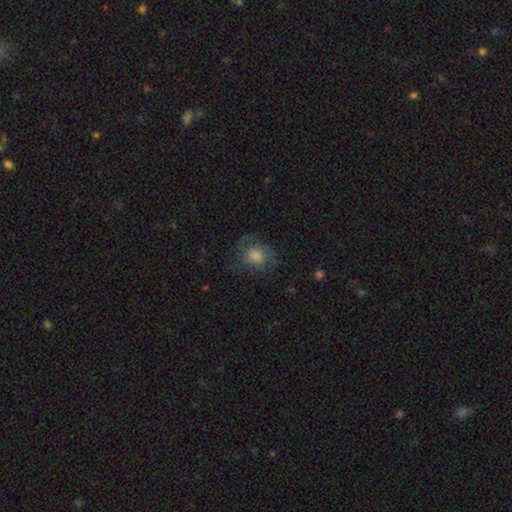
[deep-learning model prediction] Morphology: type=smooth (54%); roundness=round (61%); merging=none (61%).